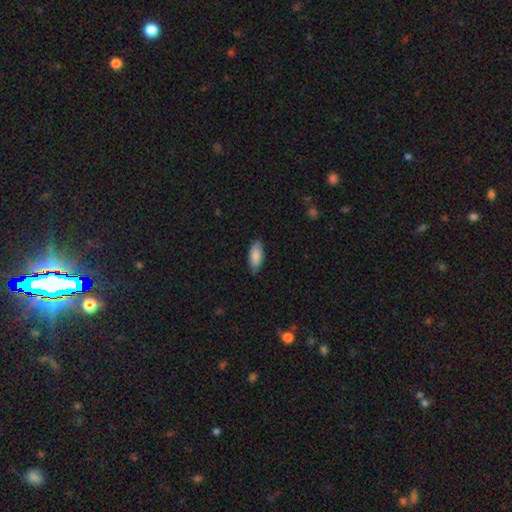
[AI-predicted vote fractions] Q: Smooth or featured?
A: smooth (85%); runner-up: featured or disk (9%)
Q: How rounded?
A: in between (86%); runner-up: cigar-shaped (12%)
Q: Merging?
A: none (83%); runner-up: minor disturbance (14%)